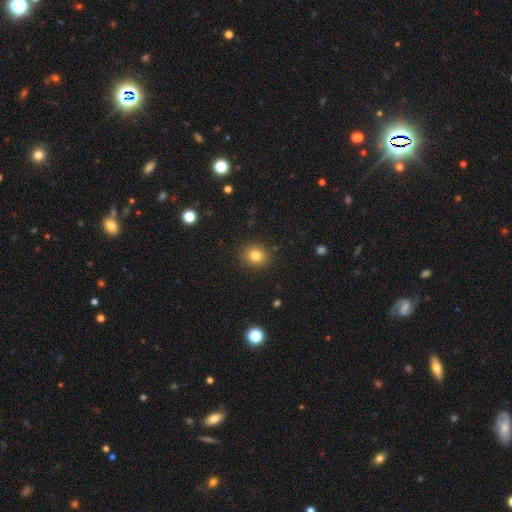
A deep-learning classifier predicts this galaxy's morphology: Overall: smooth (81%). How rounded: round (75%). Merging: none (88%).